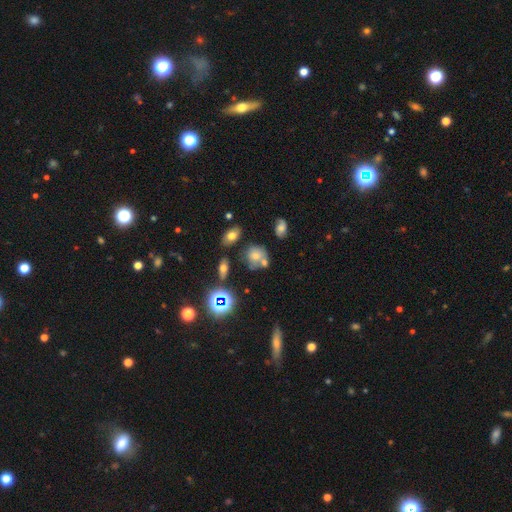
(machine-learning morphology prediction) A smooth galaxy with no disk features (57%) that is round (70%).

Vote fractions:
- Smooth or featured? smooth: 57% / star or artifact: 22% / featured or disk: 21%
- How rounded? round: 70% / in between: 28% / cigar-shaped: 2%
- Merging? none: 53% / merger: 23% / minor disturbance: 17% / major disturbance: 7%